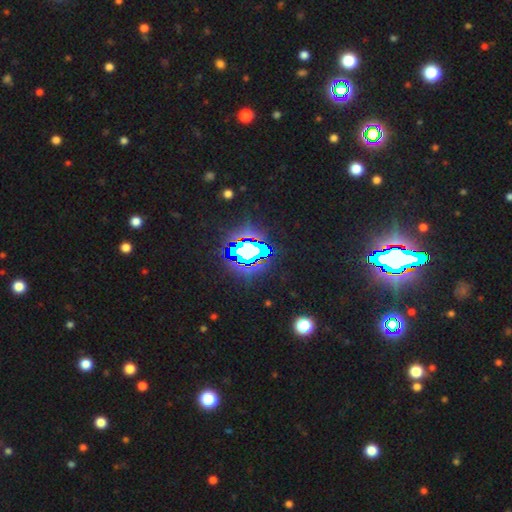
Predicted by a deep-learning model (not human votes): Morphology: type=star or artifact (72%).